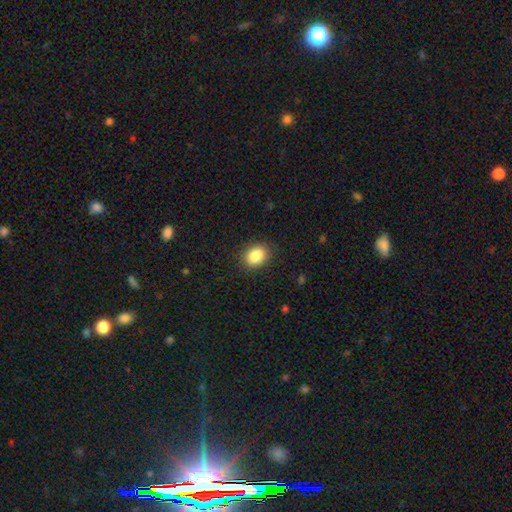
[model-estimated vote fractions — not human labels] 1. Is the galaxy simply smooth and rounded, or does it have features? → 87% smooth, 9% star or artifact, 5% featured or disk.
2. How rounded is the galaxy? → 65% in between, 34% round, 1% cigar-shaped.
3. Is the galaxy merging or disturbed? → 87% none, 9% minor disturbance, 3% major disturbance, 1% merger.